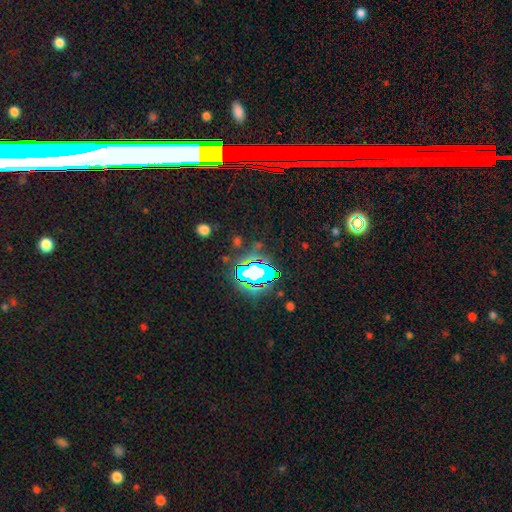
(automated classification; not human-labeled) A star or artifact, not a galaxy (71%).

Vote fractions:
- Smooth or featured? star or artifact: 71% / featured or disk: 16% / smooth: 13%